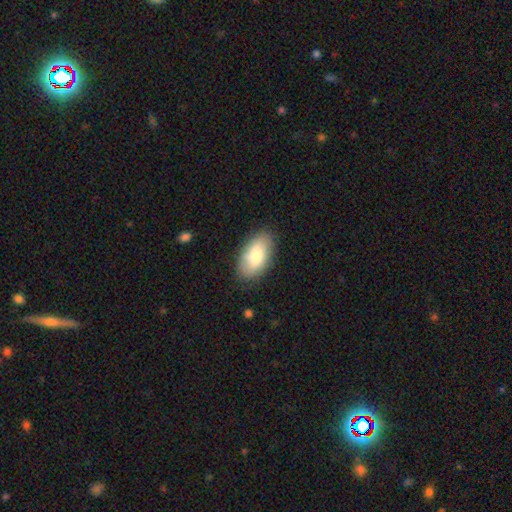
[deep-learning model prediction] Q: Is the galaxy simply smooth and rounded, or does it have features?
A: smooth — 76%.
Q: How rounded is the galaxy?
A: in between — 94%.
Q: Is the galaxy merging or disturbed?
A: none — 83%.